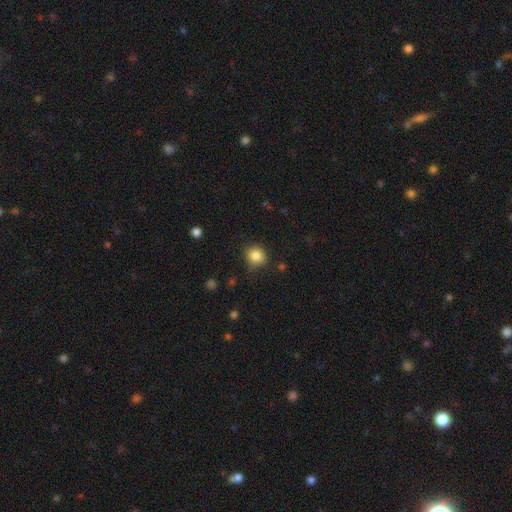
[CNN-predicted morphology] The model was most divided on "how rounded": round: 82%, in between: 17%, cigar-shaped: 1%. More confident: smooth or featured — smooth (84%); merging — none (83%).